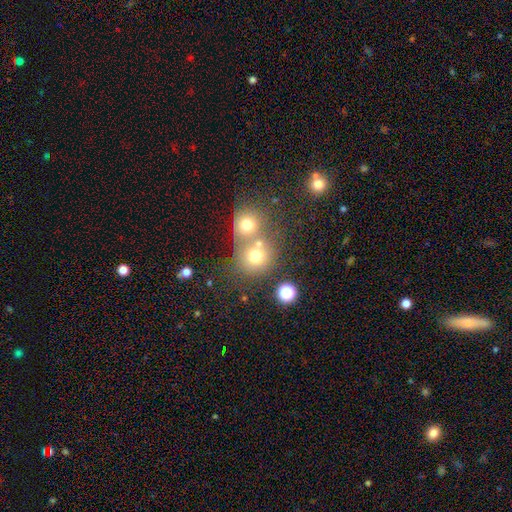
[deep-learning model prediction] Overall: smooth (69%). How rounded: round (82%). Merging: merger (48%; none 40%).